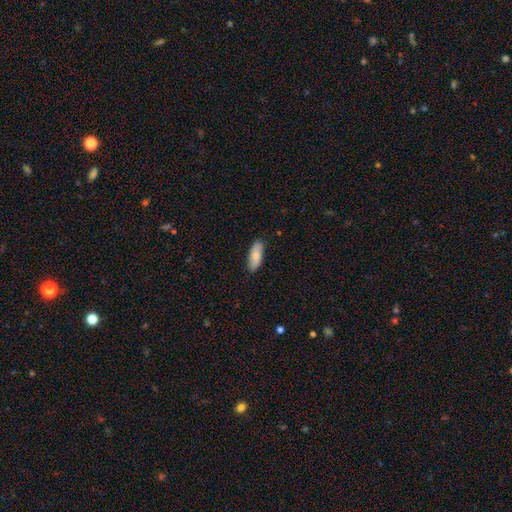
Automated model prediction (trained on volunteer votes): A smooth galaxy with no disk features (70%) that is in between round and cigar-shaped (75%).

Vote fractions:
- Smooth or featured? smooth: 70% / featured or disk: 25% / star or artifact: 5%
- How rounded? in between: 75% / cigar-shaped: 22% / round: 3%
- Merging? none: 86% / minor disturbance: 11% / major disturbance: 2% / merger: 1%